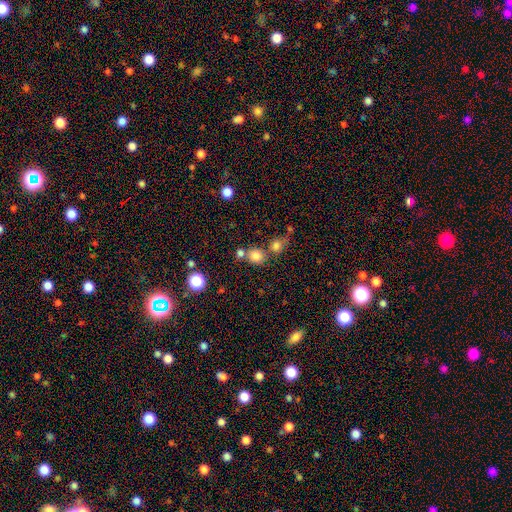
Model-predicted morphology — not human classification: Smooth or featured? smooth (79%)
How rounded? round (82%)
Merging? none (61%)